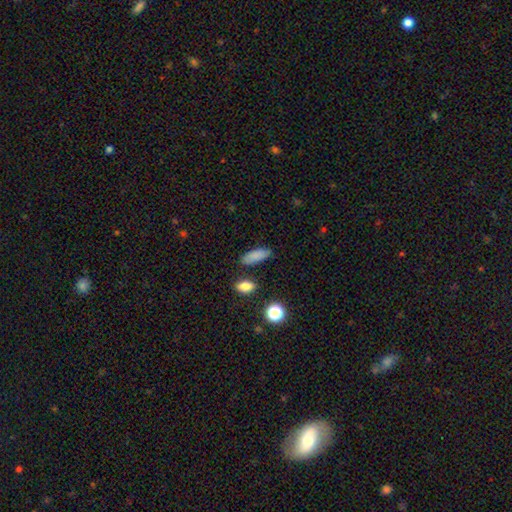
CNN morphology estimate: This appears to be a smooth galaxy with no disk features (84%) that is in between round and cigar-shaped (71%). Merging: none (80%).